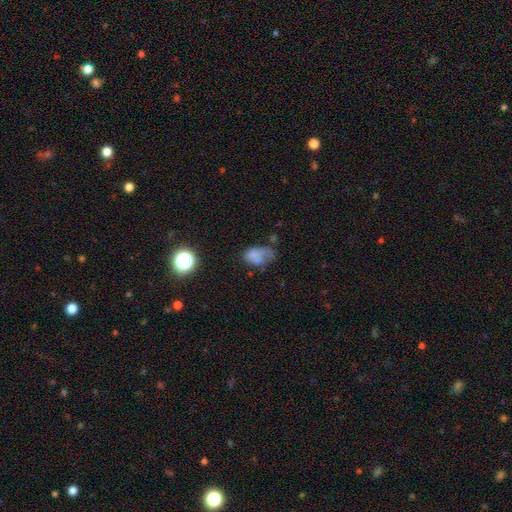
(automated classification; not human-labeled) A smooth galaxy with no disk features (65%) that is in between round and cigar-shaped (85%).

Vote fractions:
- Smooth or featured? smooth: 65% / featured or disk: 21% / star or artifact: 14%
- How rounded? in between: 85% / round: 13% / cigar-shaped: 2%
- Merging? none: 31% (tied) / minor disturbance: 31% (tied) / major disturbance: 29% / merger: 9%